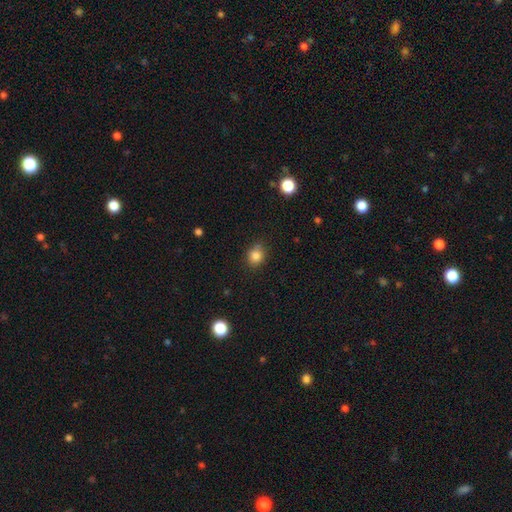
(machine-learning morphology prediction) Smooth or featured?
  - smooth: 83% *
  - star or artifact: 12%
  - featured or disk: 5%
How rounded?
  - round: 73% *
  - in between: 26%
  - cigar-shaped: 1%
Merging?
  - none: 76% *
  - minor disturbance: 18%
  - major disturbance: 3%
  - merger: 3%